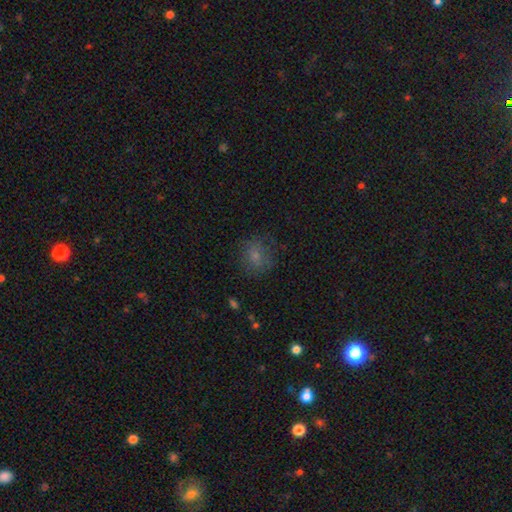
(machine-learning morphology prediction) The model was most divided on "how rounded": round: 72%, in between: 27%, cigar-shaped: 1%. More confident: smooth or featured — smooth (74%); merging — none (73%).